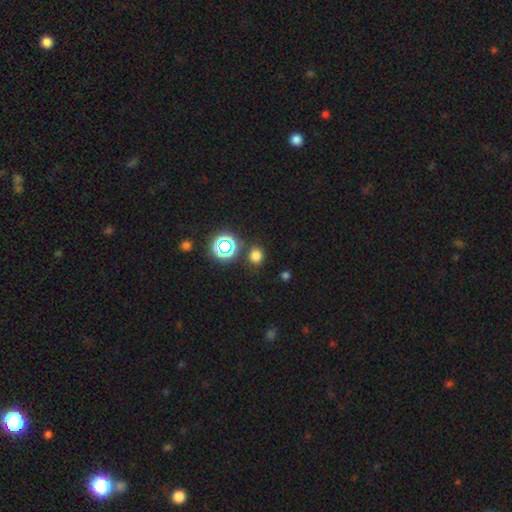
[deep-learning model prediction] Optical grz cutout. It shows a smooth galaxy with no disk features (73%) that is round (80%). Merging: none (85%).